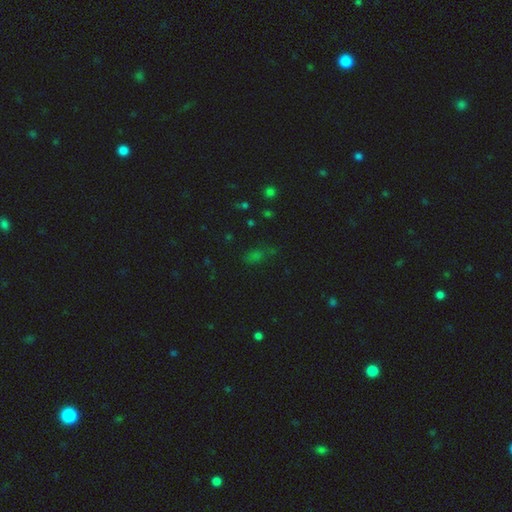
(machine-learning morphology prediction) Smooth or featured?
  - star or artifact: 45% *
  - smooth: 43%
  - featured or disk: 12%